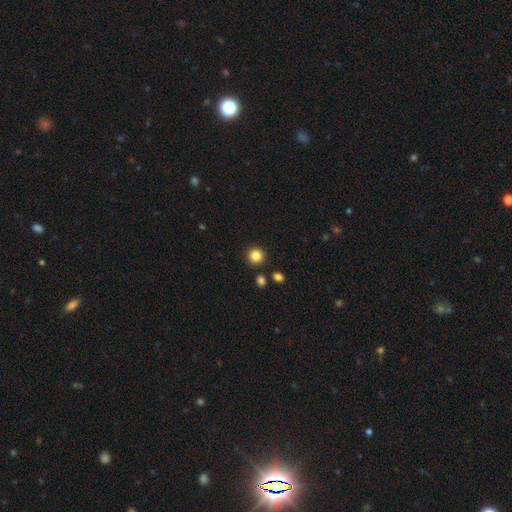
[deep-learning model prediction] Smooth or featured?
  - smooth: 84% *
  - star or artifact: 11%
  - featured or disk: 4%
How rounded?
  - round: 93% *
  - in between: 6%
  - cigar-shaped: 1%
Merging?
  - none: 89% *
  - minor disturbance: 6%
  - merger: 3%
  - major disturbance: 2%